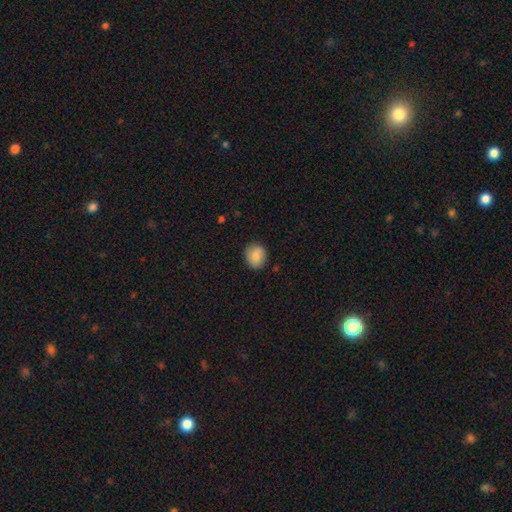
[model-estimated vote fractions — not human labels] A smooth galaxy with no disk features (85%) that is round (72%).

Vote fractions:
- Smooth or featured? smooth: 85% / featured or disk: 8% / star or artifact: 8%
- How rounded? round: 72% / in between: 27% / cigar-shaped: 1%
- Merging? none: 86% / minor disturbance: 11% / major disturbance: 2% / merger: 1%